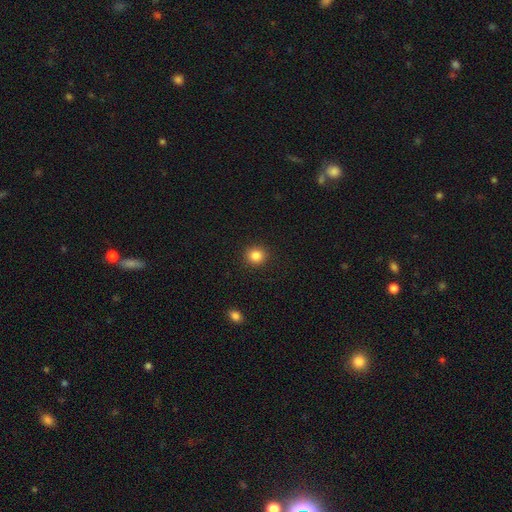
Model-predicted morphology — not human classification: smooth 85%, star or artifact 11%, featured or disk 4%. Down the decision tree: how rounded — round (88%); merging — none (91%).